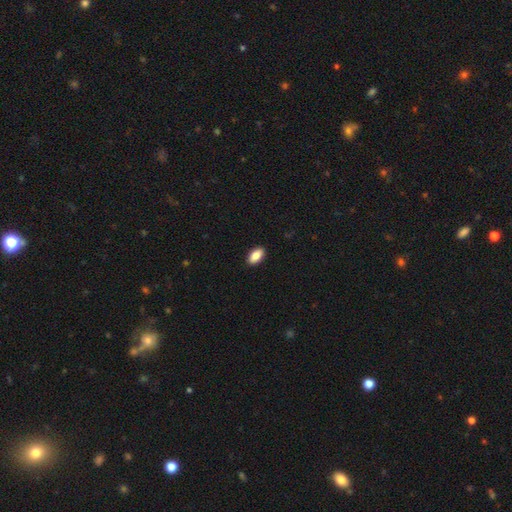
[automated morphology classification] Overall: smooth (87%). How rounded: in between (93%). Merging: none (91%).